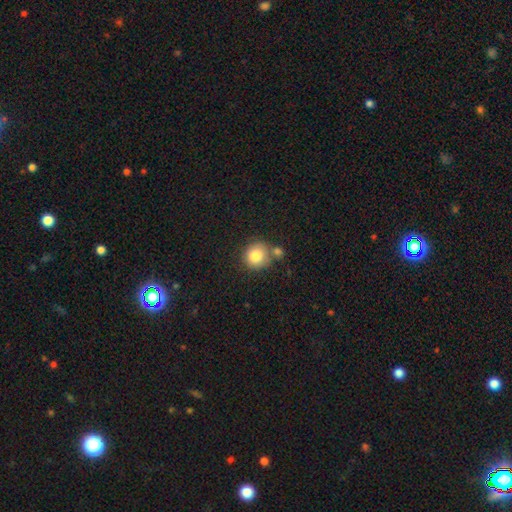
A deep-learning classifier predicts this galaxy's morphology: Smooth or featured?
  - smooth: 83% *
  - featured or disk: 9%
  - star or artifact: 9%
How rounded?
  - round: 90% *
  - in between: 9%
  - cigar-shaped: 1%
Merging?
  - none: 62% *
  - merger: 22%
  - minor disturbance: 12%
  - major disturbance: 4%